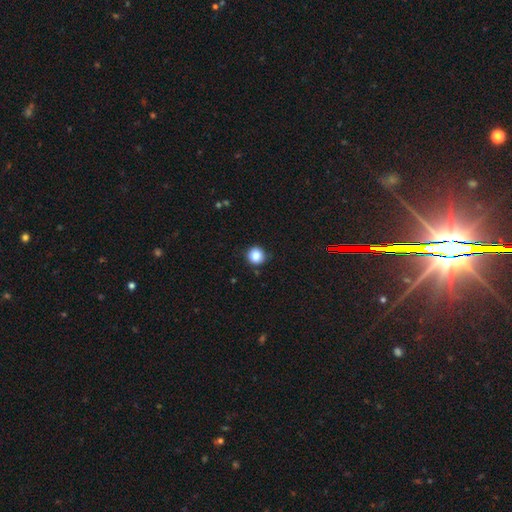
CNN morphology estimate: type=smooth (87%); roundness=round (93%); merging=none (87%).